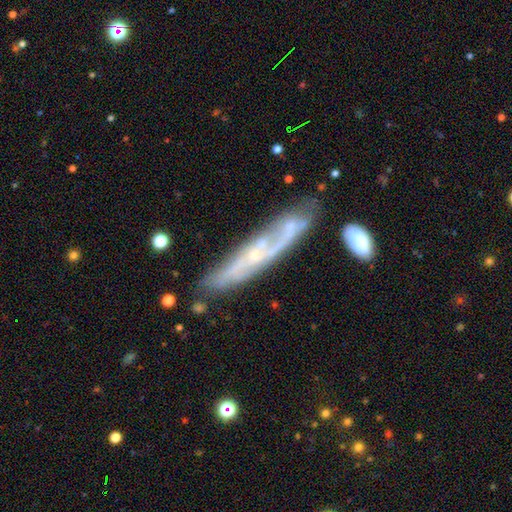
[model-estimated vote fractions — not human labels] Smooth or featured? featured or disk (72%)
Edge-on disk? no (52%)
Merging? none (59%)